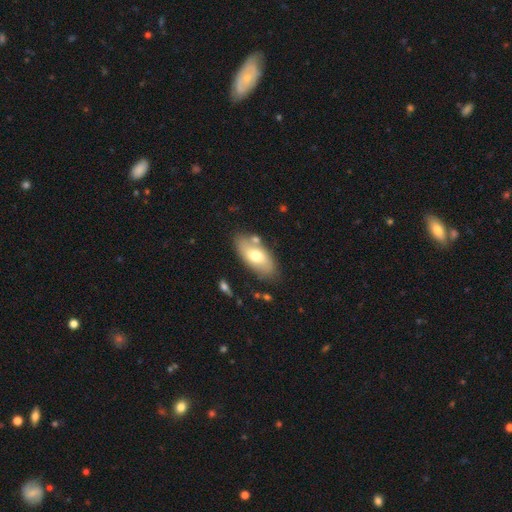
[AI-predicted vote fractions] Q: Smooth or featured?
A: smooth (63%); runner-up: featured or disk (31%)
Q: How rounded?
A: in between (90%); runner-up: cigar-shaped (7%)
Q: Merging?
A: none (75%); runner-up: minor disturbance (14%)